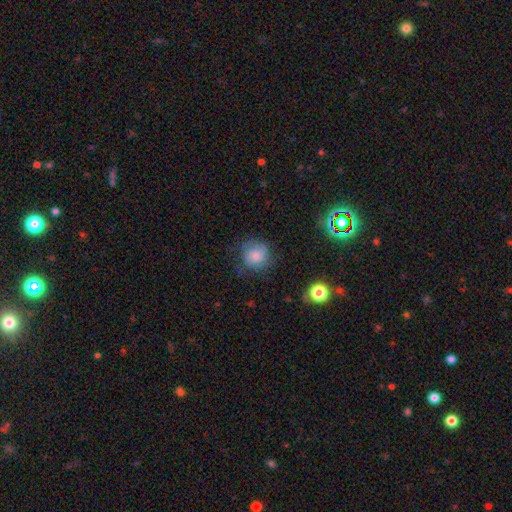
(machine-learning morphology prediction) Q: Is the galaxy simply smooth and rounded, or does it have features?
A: smooth — 72%.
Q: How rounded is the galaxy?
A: round — 85%.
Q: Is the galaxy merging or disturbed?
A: none — 68%.